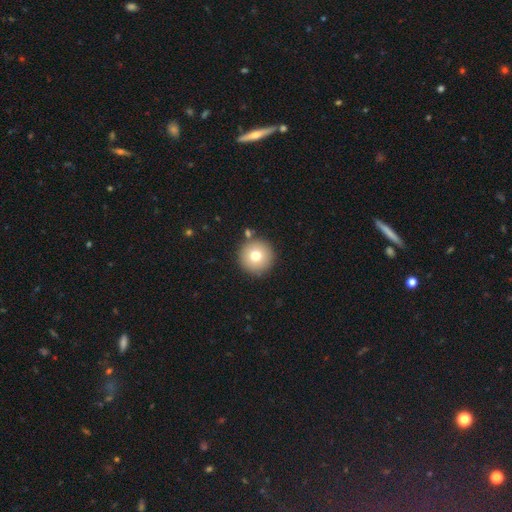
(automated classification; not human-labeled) This appears to be a smooth galaxy with no disk features (74%) that is round (96%). Merging: none (87%).